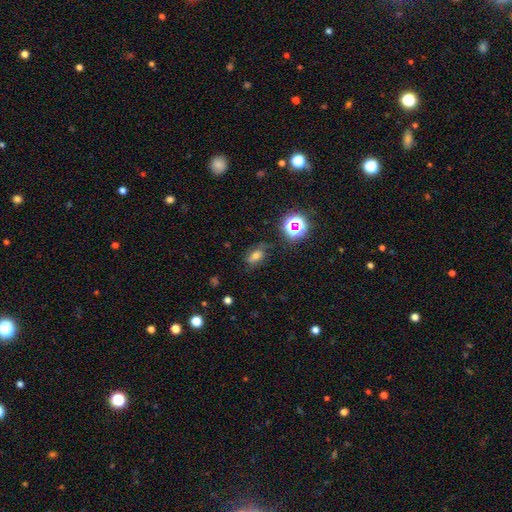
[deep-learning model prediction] This is possibly a smooth galaxy (58%). How rounded: likely in between (77%). Merging: likely none (68%).